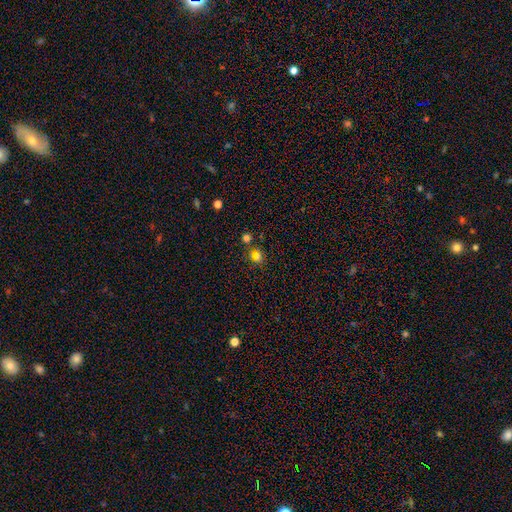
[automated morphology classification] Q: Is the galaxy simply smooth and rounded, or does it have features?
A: smooth — 75%.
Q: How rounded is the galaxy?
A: round — 81%.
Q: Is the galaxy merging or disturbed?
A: none — 72%.